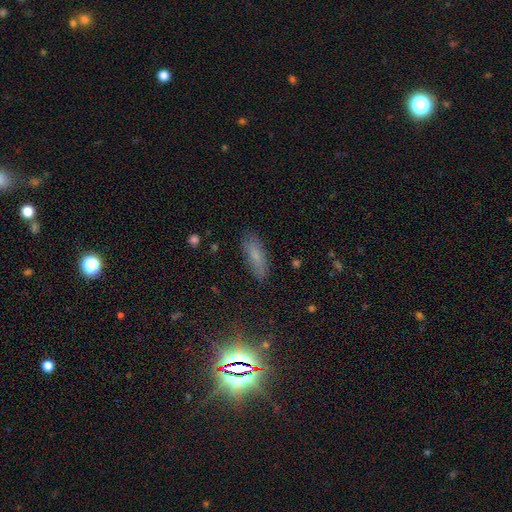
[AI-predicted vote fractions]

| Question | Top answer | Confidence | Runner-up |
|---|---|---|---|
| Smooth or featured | smooth | 68% | star or artifact (16%) |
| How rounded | in between | 58% | cigar-shaped (39%) |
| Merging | none | 80% | minor disturbance (14%) |